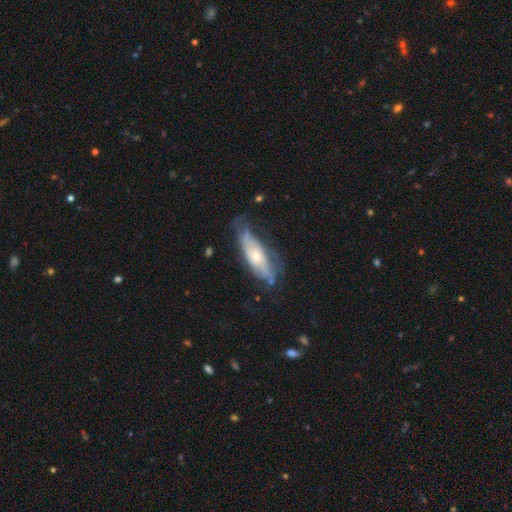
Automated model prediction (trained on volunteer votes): A featured or disk galaxy (63%).

Vote fractions:
- Smooth or featured? featured or disk: 63% / smooth: 30% / star or artifact: 7%
- Edge-on disk? no: 73% / yes: 27%
- Merging? none: 58% / minor disturbance: 28% / major disturbance: 11% / merger: 2%